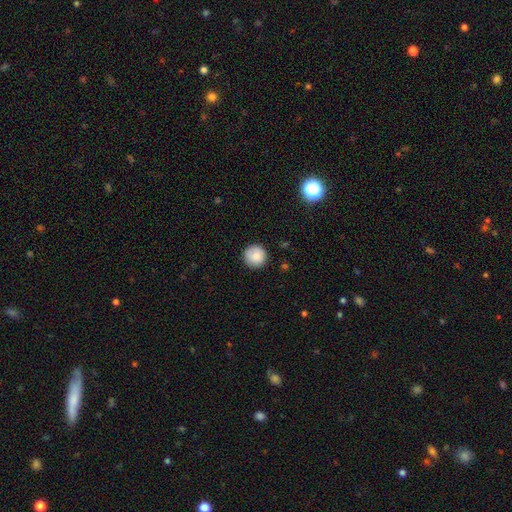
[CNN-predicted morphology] A smooth galaxy with no disk features (82%) that is round (95%).

Vote fractions:
- Smooth or featured? smooth: 82% / featured or disk: 9% / star or artifact: 8%
- How rounded? round: 95% / in between: 4% / cigar-shaped: 1%
- Merging? none: 88% / minor disturbance: 9% / major disturbance: 2% / merger: 1%